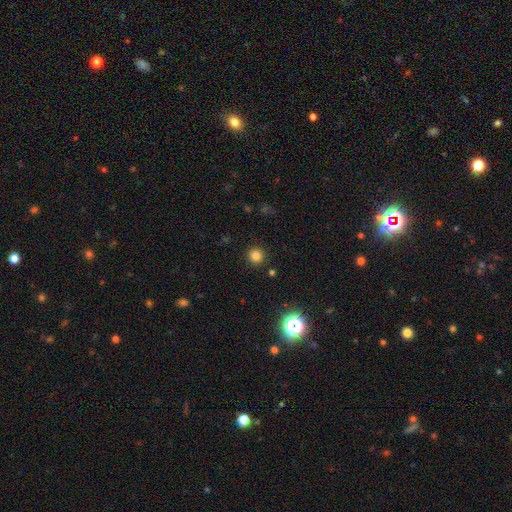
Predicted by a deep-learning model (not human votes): This appears to be a smooth galaxy with no disk features (80%) that is round (95%). Merging: none (91%).